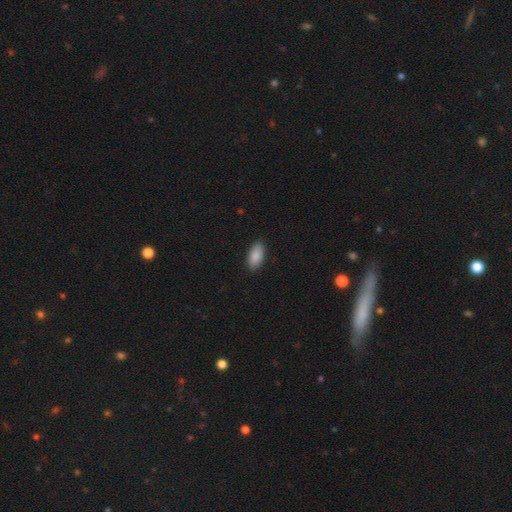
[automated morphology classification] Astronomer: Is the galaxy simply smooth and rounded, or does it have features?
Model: smooth — 89%.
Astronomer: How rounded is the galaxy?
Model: in between — 93%.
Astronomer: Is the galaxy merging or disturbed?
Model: none — 89%.